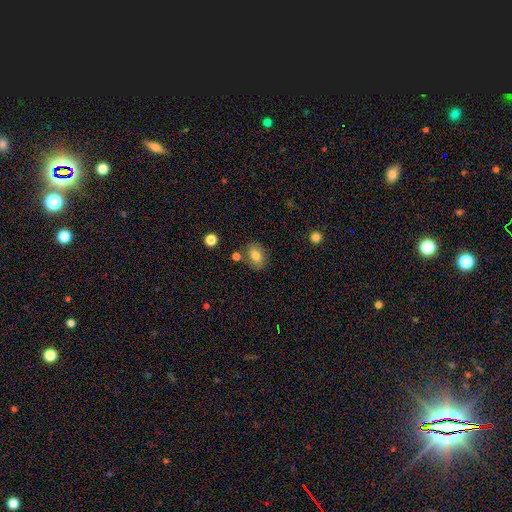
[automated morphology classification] A smooth galaxy with no disk features (77%) that is in between round and cigar-shaped (67%).

Vote fractions:
- Smooth or featured? smooth: 77% / featured or disk: 13% / star or artifact: 10%
- How rounded? in between: 67% / round: 31% / cigar-shaped: 1%
- Merging? none: 77% / minor disturbance: 13% / merger: 7% / major disturbance: 3%